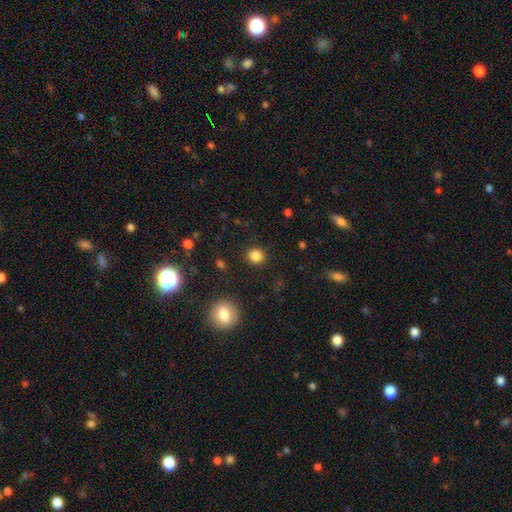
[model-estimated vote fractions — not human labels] A smooth galaxy with no disk features (84%) that is round (76%).

Vote fractions:
- Smooth or featured? smooth: 84% / star or artifact: 12% / featured or disk: 5%
- How rounded? round: 76% / in between: 23% / cigar-shaped: 1%
- Merging? none: 89% / minor disturbance: 7% / major disturbance: 3% / merger: 1%